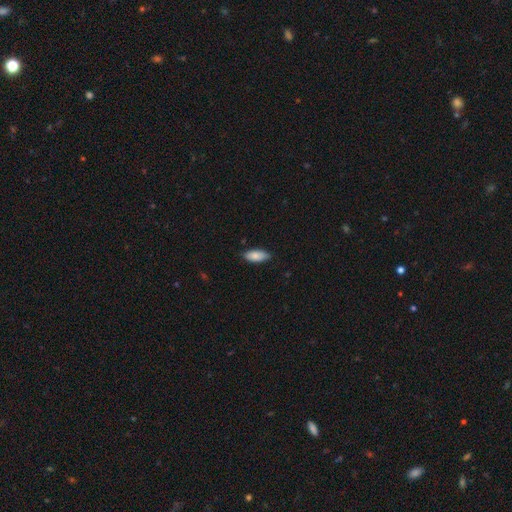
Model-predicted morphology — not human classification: smooth-or-featured: smooth: 86% | featured or disk: 8% | star or artifact: 6%
  how-rounded: in between: 86% | cigar-shaped: 12% | round: 2%
  merging: none: 82% | minor disturbance: 15% | major disturbance: 2% | merger: 1%